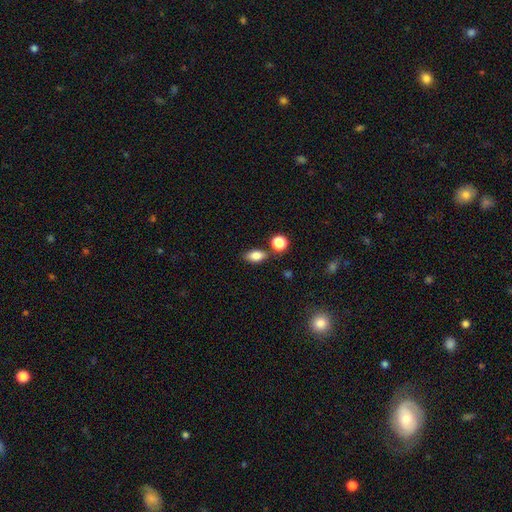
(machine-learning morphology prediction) A smooth galaxy with no disk features (84%) that is in between round and cigar-shaped (85%). Merging: none (75%).